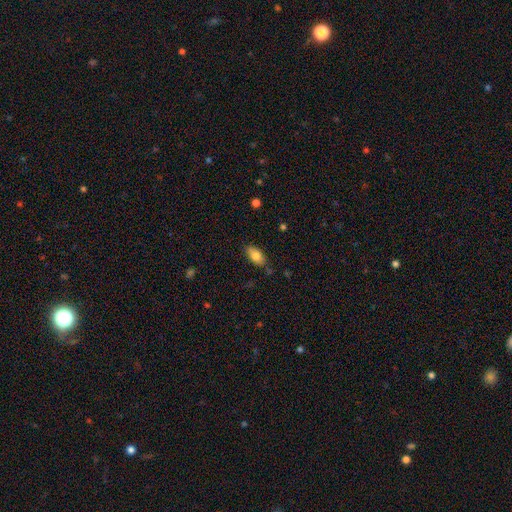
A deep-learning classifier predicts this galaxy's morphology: A smooth galaxy with no disk features (79%) that is in between round and cigar-shaped (91%). Merging: none (81%).